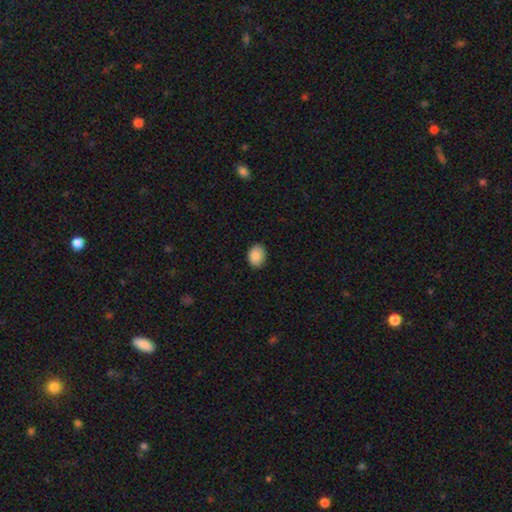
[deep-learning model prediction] The model was most divided on "how rounded": in between: 61%, round: 38%, cigar-shaped: 1%. More confident: smooth or featured — smooth (89%); merging — none (85%).